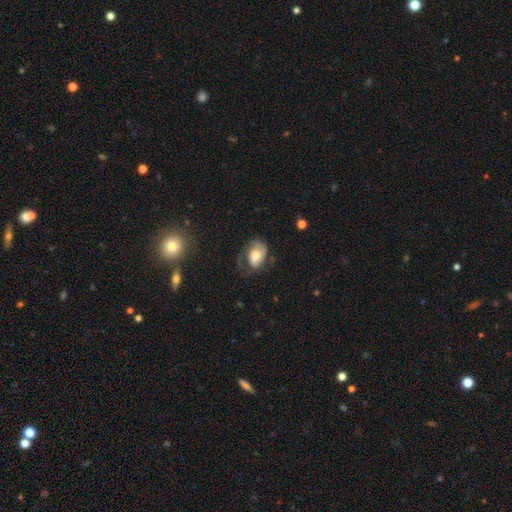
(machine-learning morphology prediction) type=featured or disk (56%); edge-on=no (96%); bar=no (65%); spiral arms=yes (79%); bulge=moderate (57%); merging=none (44%).